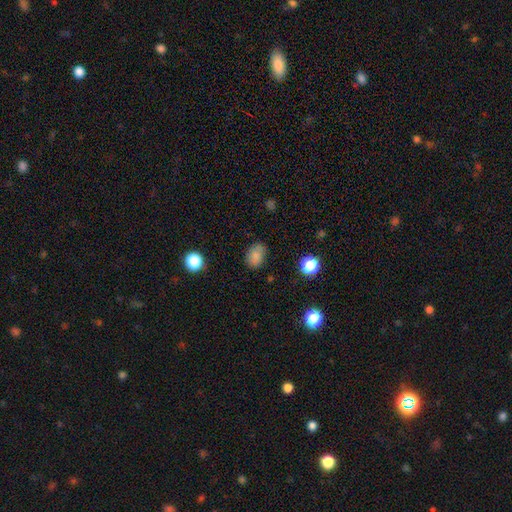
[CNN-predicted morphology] This is clearly a smooth galaxy (81%). How rounded: likely in between (66%). Merging: likely none (71%).